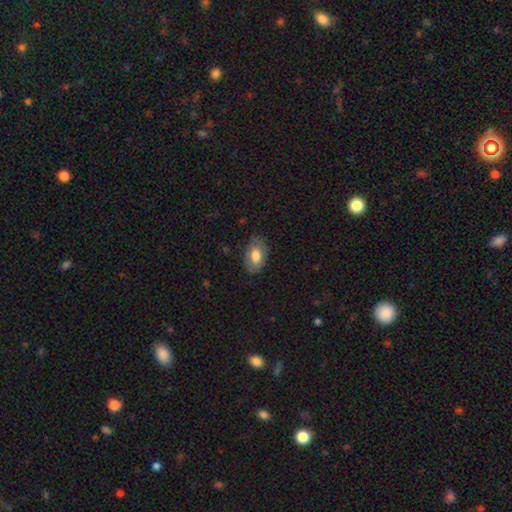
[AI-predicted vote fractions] Q: Smooth or featured?
A: smooth (75%); runner-up: featured or disk (18%)
Q: How rounded?
A: in between (90%); runner-up: round (9%)
Q: Merging?
A: none (75%); runner-up: minor disturbance (19%)